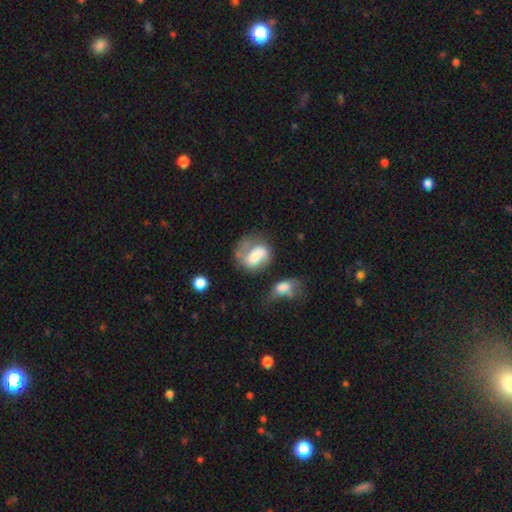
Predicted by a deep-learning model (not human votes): Smooth or featured? smooth (49%)
Merging? none (36%)